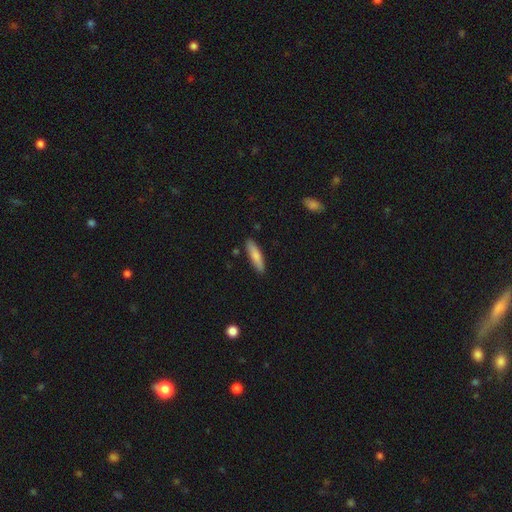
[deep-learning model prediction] The model was most divided on "how rounded": cigar-shaped: 74%, in between: 25%, round: 2%. More confident: merging — none (88%); smooth or featured — smooth (79%).